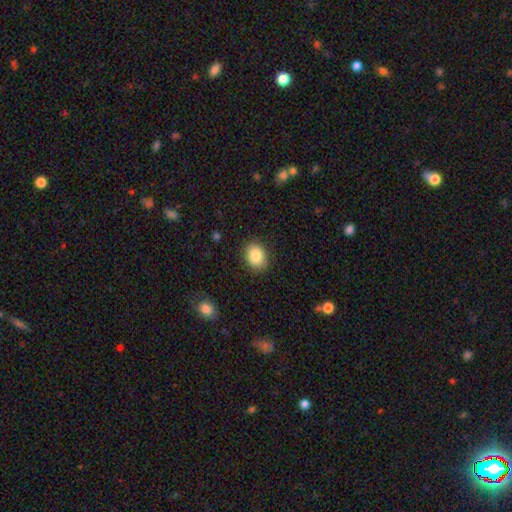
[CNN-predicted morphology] The model was most divided on "how rounded": in between: 59%, round: 40%, cigar-shaped: 1%. More confident: merging — none (88%); smooth or featured — smooth (86%).